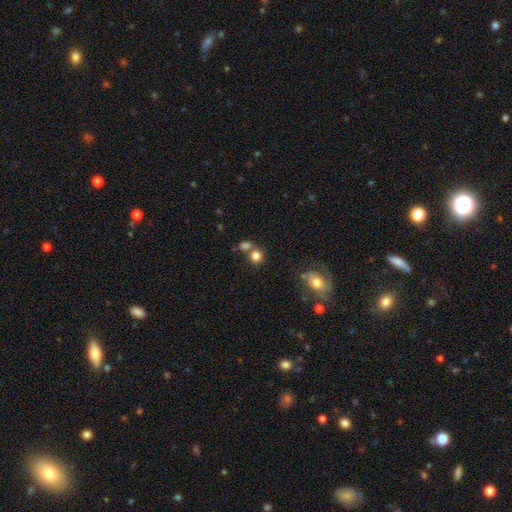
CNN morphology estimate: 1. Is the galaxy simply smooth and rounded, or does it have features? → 80% smooth, 12% star or artifact, 8% featured or disk.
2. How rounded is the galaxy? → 84% round, 15% in between, 1% cigar-shaped.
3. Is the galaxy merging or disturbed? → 54% none, 33% merger, 8% minor disturbance, 4% major disturbance.